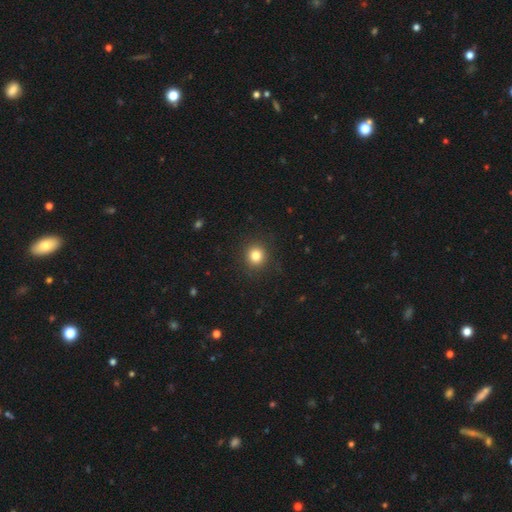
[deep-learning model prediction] smooth_or_featured: smooth (p=0.82) [alt: star or artifact p=0.12]
how_rounded: round (p=0.90) [alt: in between p=0.09]
merging: none (p=0.90) [alt: minor disturbance p=0.06]